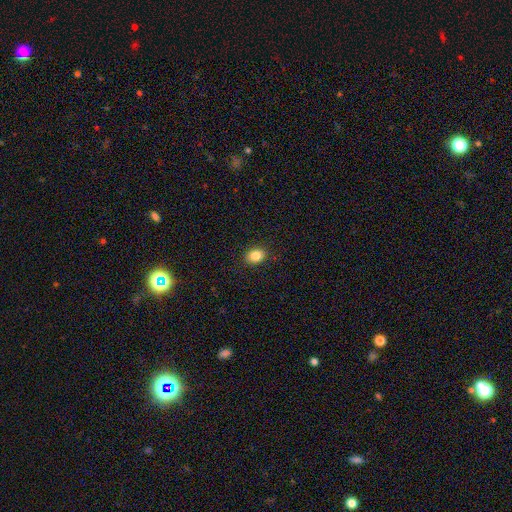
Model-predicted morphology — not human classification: type=smooth (85%); roundness=in between (52%); merging=none (89%).